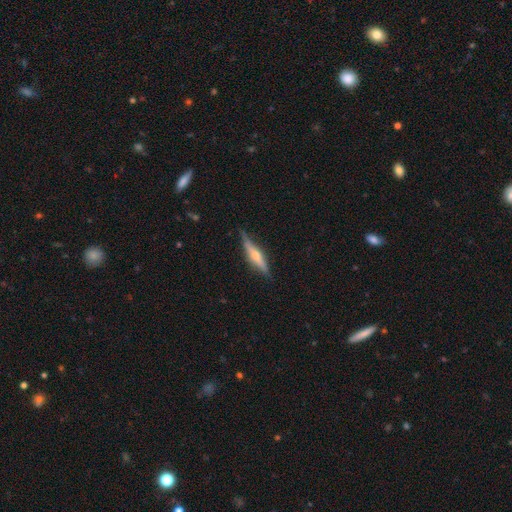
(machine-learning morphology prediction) This is possibly a featured or disk galaxy (60%). It is clearly viewed edge-on (95%). Edge-on bulge: clearly rounded (82%). Merging: likely none (80%).